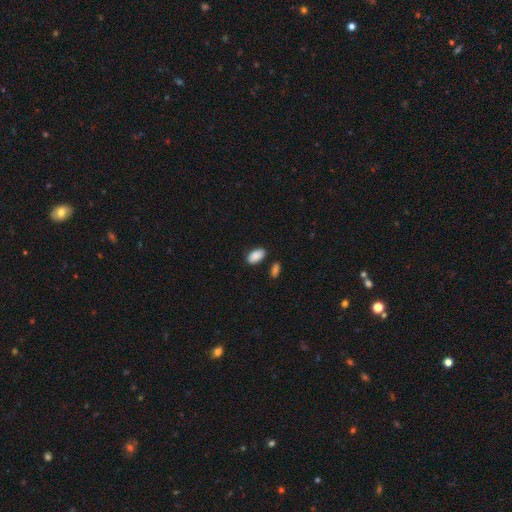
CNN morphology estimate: This appears to be a smooth galaxy with no disk features (90%) that is in between round and cigar-shaped (95%). Merging: none (81%).